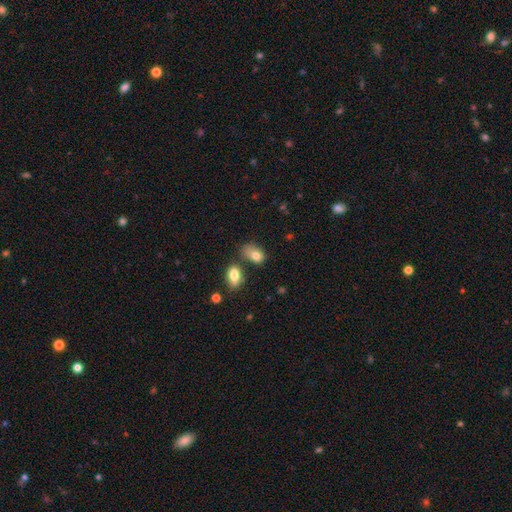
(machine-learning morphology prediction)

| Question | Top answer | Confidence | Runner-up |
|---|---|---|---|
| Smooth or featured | smooth | 80% | featured or disk (11%) |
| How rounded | in between | 82% | round (16%) |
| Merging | none | 41% | minor disturbance (24%) |